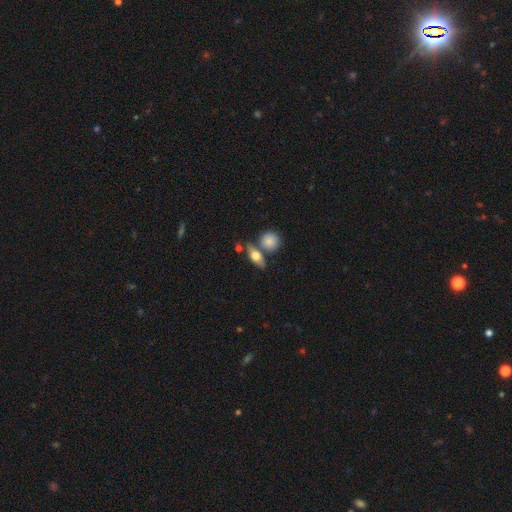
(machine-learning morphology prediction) Smooth or featured? smooth (57%)
How rounded? in between (61%)
Merging? none (67%)